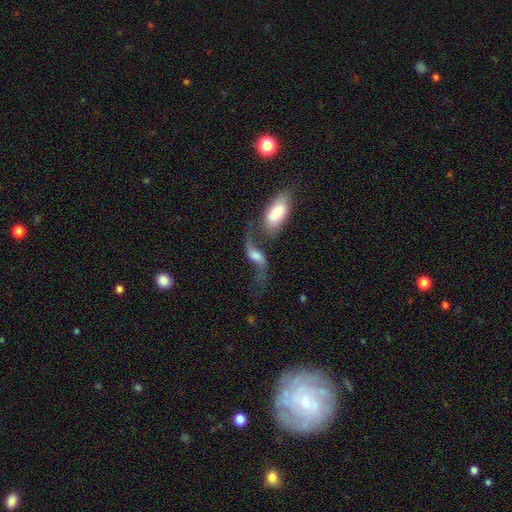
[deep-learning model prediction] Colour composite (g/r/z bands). It shows a featured or disk galaxy (68%) with no bar (42%), 2 (89%) loose (92%) spiral arms (86%) and a moderate central bulge (39%). Merging: merger (41%).